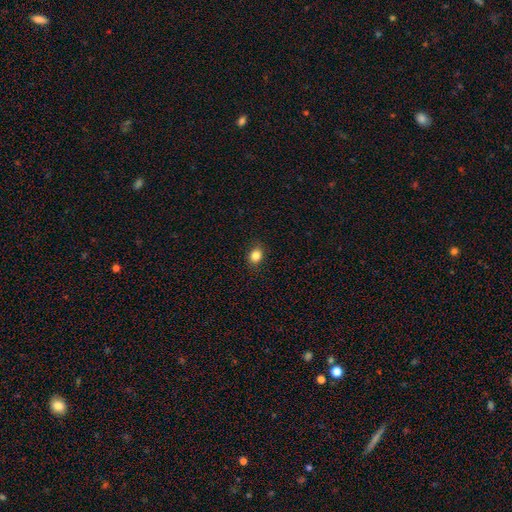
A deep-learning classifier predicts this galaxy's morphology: smooth 84%, star or artifact 11%, featured or disk 5%. Down the decision tree: how rounded — round (57%); merging — none (88%).